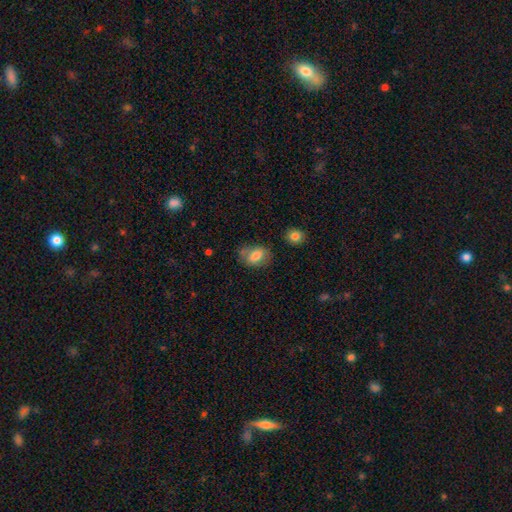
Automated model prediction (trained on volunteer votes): Overall: smooth (76%). How rounded: in between (77%). Merging: none (65%).